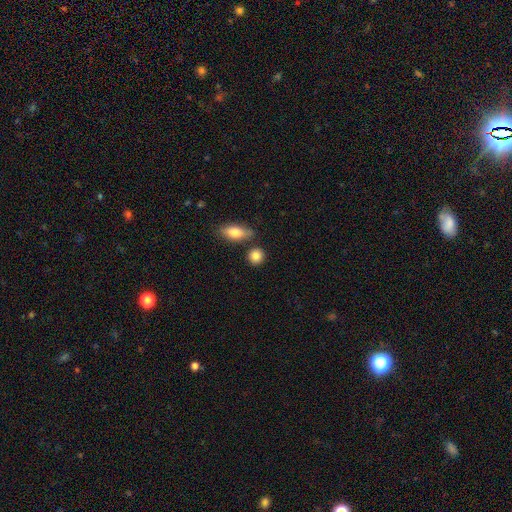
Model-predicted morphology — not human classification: Smooth or featured? smooth (86%)
How rounded? round (80%)
Merging? none (79%)